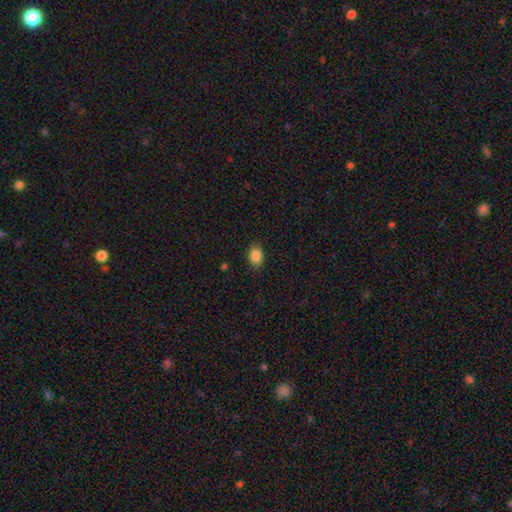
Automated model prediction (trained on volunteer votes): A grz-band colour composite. It shows a smooth galaxy with no disk features (87%) that is in between round and cigar-shaped (77%). Merging: none (86%).